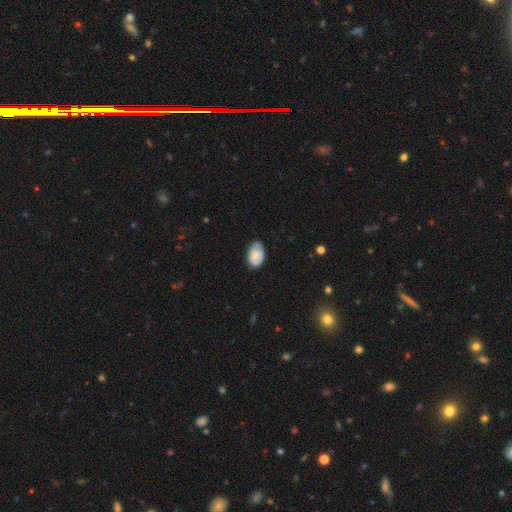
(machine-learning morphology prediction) A smooth galaxy with no disk features (76%) that is in between round and cigar-shaped (89%).

Vote fractions:
- Smooth or featured? smooth: 76% / featured or disk: 17% / star or artifact: 7%
- How rounded? in between: 89% / round: 10% / cigar-shaped: 1%
- Merging? none: 72% / minor disturbance: 23% / major disturbance: 4% / merger: 1%